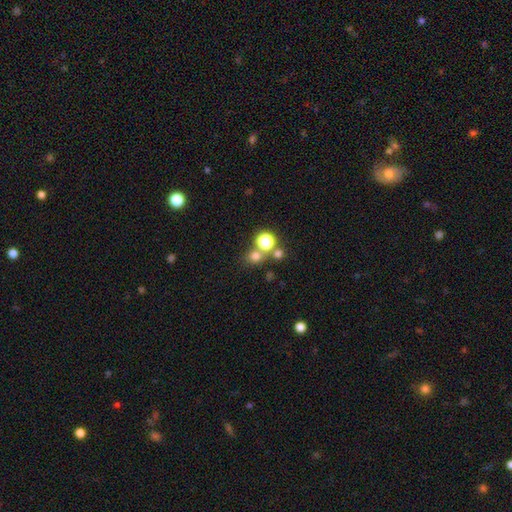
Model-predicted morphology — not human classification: Q: Smooth or featured?
A: smooth (69%); runner-up: star or artifact (23%)
Q: How rounded?
A: round (83%); runner-up: in between (16%)
Q: Merging?
A: none (65%); runner-up: merger (24%)